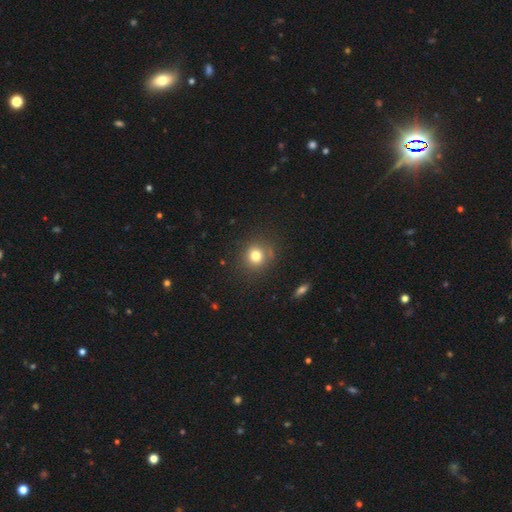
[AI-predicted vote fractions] Overall: smooth (78%). How rounded: round (88%). Merging: none (83%).